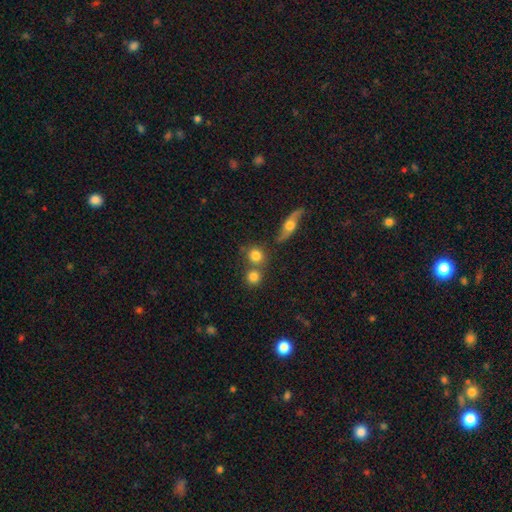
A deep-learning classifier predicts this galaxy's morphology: This appears to be a smooth galaxy with no disk features (78%) that is round (87%). Merging: none (60%).